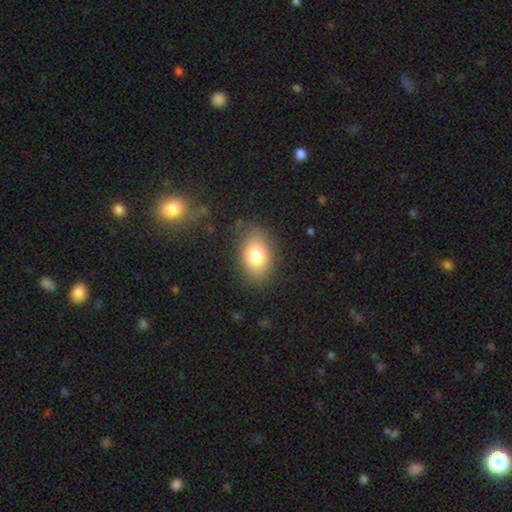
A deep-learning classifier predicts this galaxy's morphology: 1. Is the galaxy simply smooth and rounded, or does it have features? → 78% smooth, 13% featured or disk, 10% star or artifact.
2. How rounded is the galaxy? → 81% in between, 18% round, 1% cigar-shaped.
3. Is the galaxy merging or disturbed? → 79% none, 14% minor disturbance, 5% major disturbance, 1% merger.